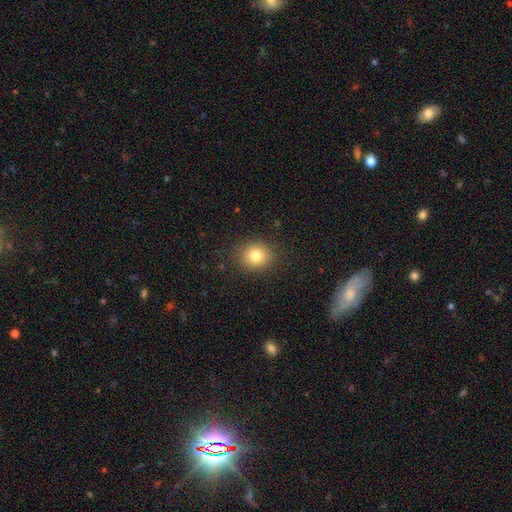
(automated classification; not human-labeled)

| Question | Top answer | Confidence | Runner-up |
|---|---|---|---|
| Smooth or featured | smooth | 80% | star or artifact (12%) |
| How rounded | round | 74% | in between (25%) |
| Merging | none | 88% | minor disturbance (8%) |